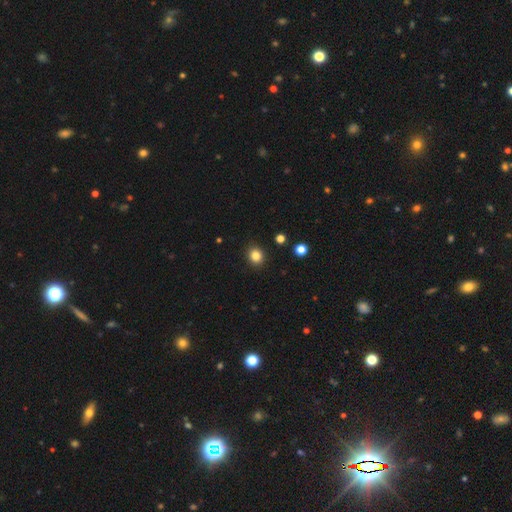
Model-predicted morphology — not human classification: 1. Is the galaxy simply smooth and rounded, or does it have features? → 84% smooth, 12% star or artifact, 4% featured or disk.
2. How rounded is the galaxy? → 77% round, 23% in between, 1% cigar-shaped.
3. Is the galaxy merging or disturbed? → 90% none, 7% minor disturbance, 2% major disturbance, 1% merger.